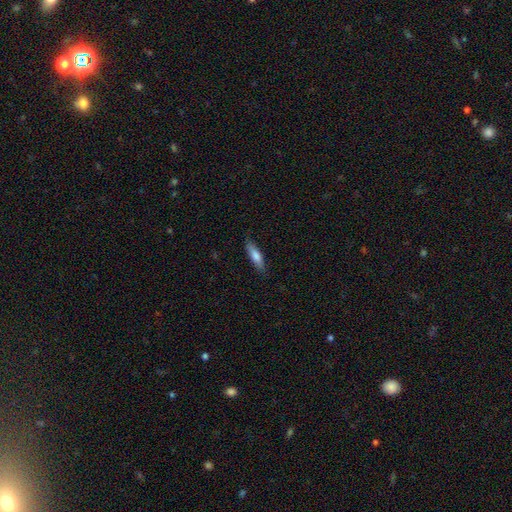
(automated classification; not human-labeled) Smooth or featured?
  - smooth: 72% *
  - featured or disk: 22%
  - star or artifact: 6%
How rounded?
  - cigar-shaped: 67% *
  - in between: 31%
  - round: 2%
Merging?
  - none: 83% *
  - minor disturbance: 13%
  - major disturbance: 3%
  - merger: 1%